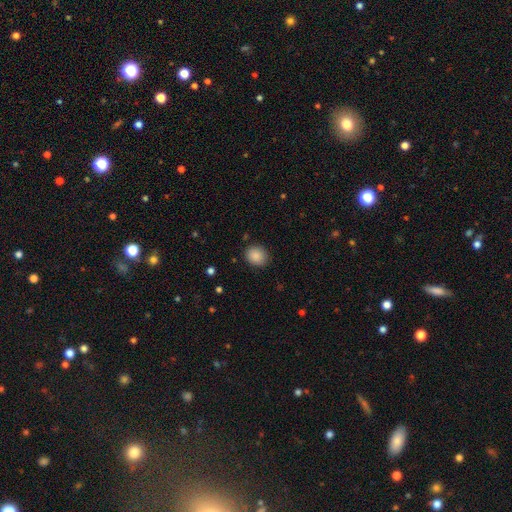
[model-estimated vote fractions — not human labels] Morphology: type=smooth (88%); roundness=round (66%); merging=none (86%).